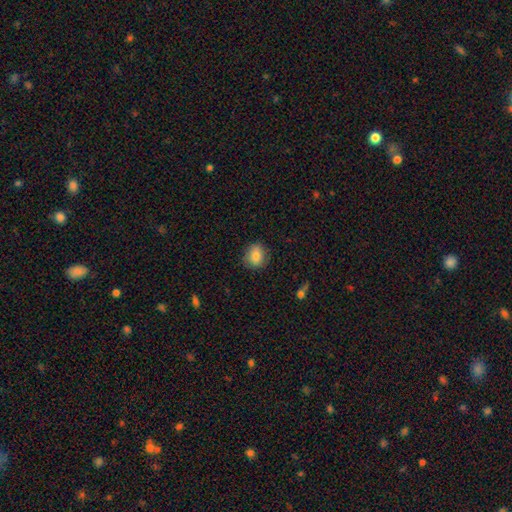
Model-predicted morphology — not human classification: The model was most divided on "how rounded": round: 67%, in between: 32%, cigar-shaped: 1%. More confident: smooth or featured — smooth (83%); merging — none (82%).